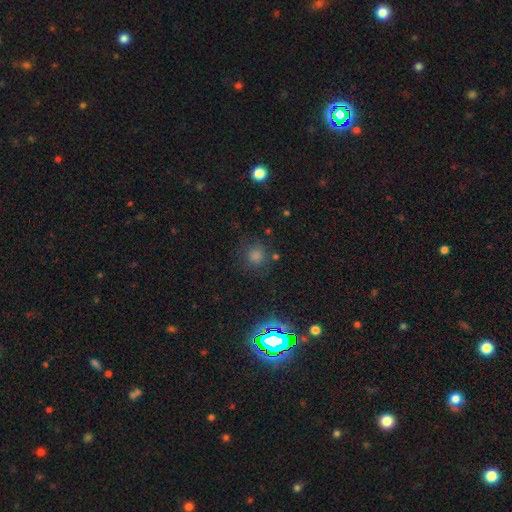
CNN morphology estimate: smooth-or-featured: smooth: 58% | star or artifact: 34% | featured or disk: 8%
  how-rounded: round: 91% | in between: 8% | cigar-shaped: 1%
  merging: none: 82% | minor disturbance: 10% | major disturbance: 5% | merger: 3%